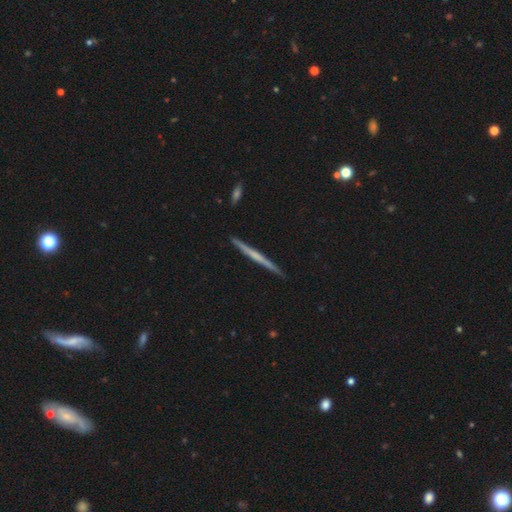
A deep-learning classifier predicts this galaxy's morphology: Smooth or featured? Predicted: featured or disk (p=0.59). Edge-on disk? Predicted: yes (p=0.98). Edge-on bulge? Predicted: none (p=0.76). Merging? Predicted: none (p=0.91).